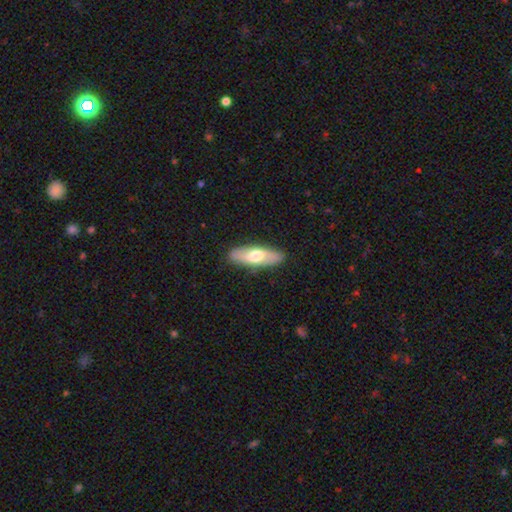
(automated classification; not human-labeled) smooth 56%, featured or disk 38%, star or artifact 5%. Down the decision tree: how rounded — in between (58%); merging — none (87%).